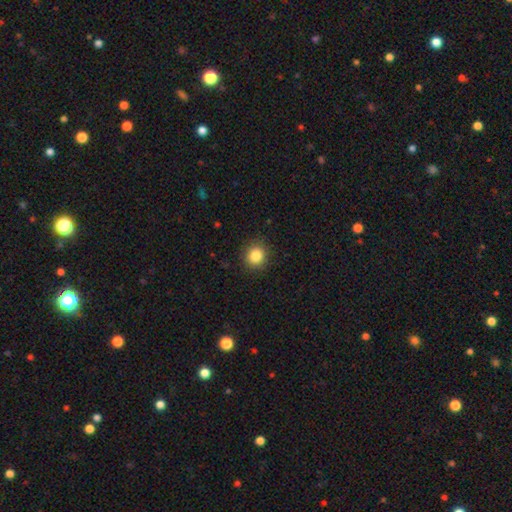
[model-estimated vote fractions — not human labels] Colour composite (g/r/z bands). It shows a smooth galaxy with no disk features (85%) that is round (88%). Merging: none (90%).